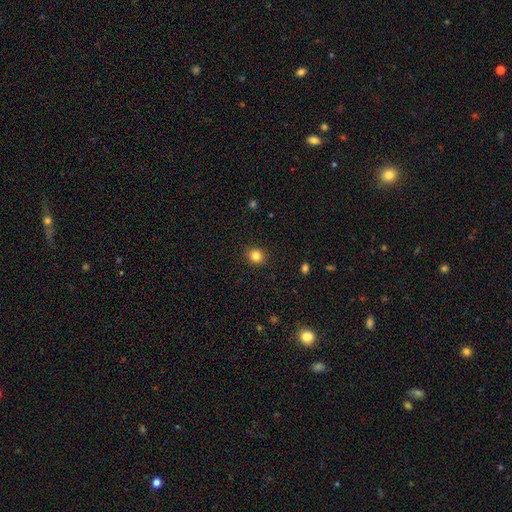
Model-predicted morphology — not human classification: Smooth or featured: smooth — 84% (star or artifact — 11%)
How rounded: round — 84% (in between — 15%)
Merging: none — 91% (minor disturbance — 6%)